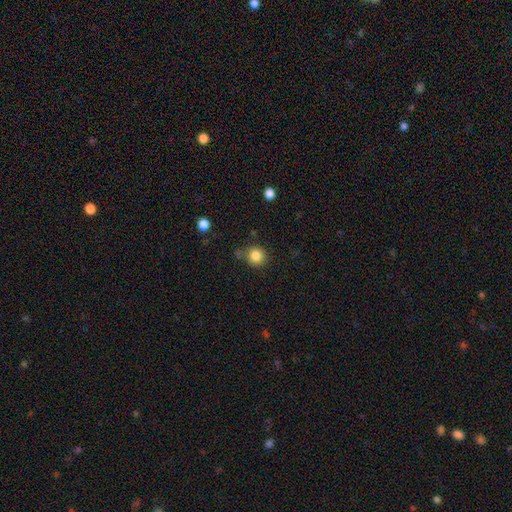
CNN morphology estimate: A smooth galaxy with no disk features (84%) that is round (90%).

Vote fractions:
- Smooth or featured? smooth: 84% / star or artifact: 11% / featured or disk: 5%
- How rounded? round: 90% / in between: 9% / cigar-shaped: 1%
- Merging? none: 76% / minor disturbance: 14% / merger: 7% / major disturbance: 4%